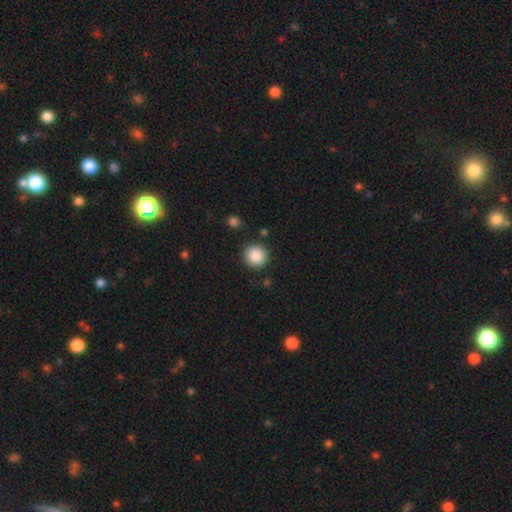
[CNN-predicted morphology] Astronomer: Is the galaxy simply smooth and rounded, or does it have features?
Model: smooth — 88%.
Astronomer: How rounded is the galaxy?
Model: round — 94%.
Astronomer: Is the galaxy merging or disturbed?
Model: none — 88%.